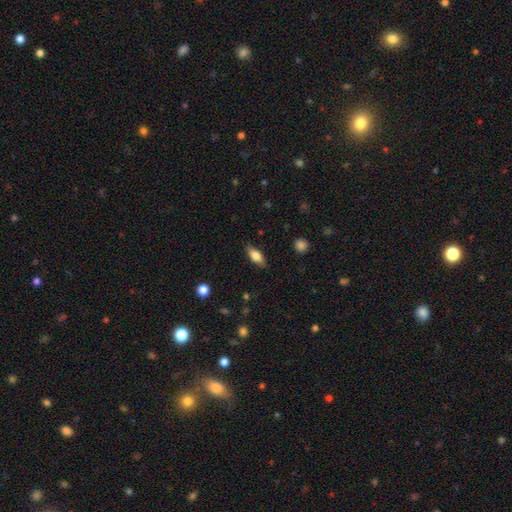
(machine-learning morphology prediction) A smooth galaxy with no disk features (75%) that is in between round and cigar-shaped (78%).

Vote fractions:
- Smooth or featured? smooth: 75% / featured or disk: 19% / star or artifact: 7%
- How rounded? in between: 78% / cigar-shaped: 19% / round: 3%
- Merging? none: 85% / minor disturbance: 11% / major disturbance: 3% / merger: 1%